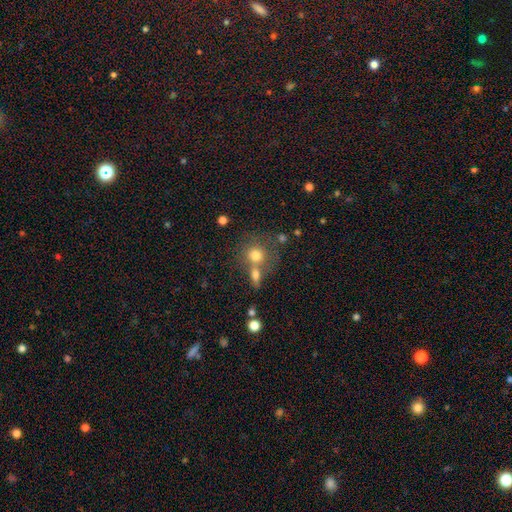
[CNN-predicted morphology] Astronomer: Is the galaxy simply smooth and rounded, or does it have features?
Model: smooth — 74%.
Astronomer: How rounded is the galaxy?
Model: round — 83%.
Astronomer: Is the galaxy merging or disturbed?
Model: none — 49% (runner-up: merger, 35%).